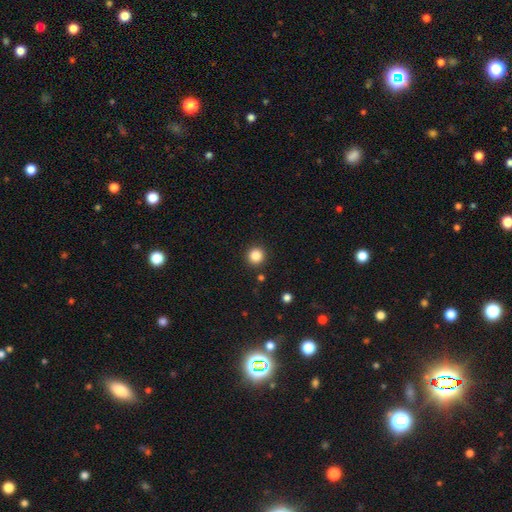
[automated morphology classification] A smooth galaxy with no disk features (85%) that is round (95%). Merging: none (91%).